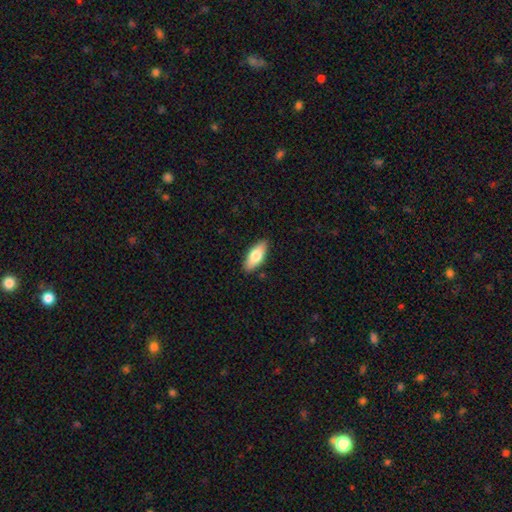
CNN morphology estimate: The model was most divided on "smooth or featured": smooth: 75%, featured or disk: 20%, star or artifact: 6%. More confident: merging — none (88%); how rounded — in between (78%).